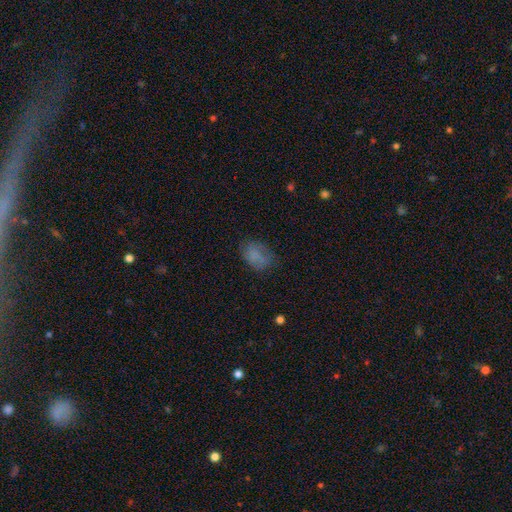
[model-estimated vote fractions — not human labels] Smooth or featured: smooth — 74% (featured or disk — 14%)
How rounded: in between — 74% (round — 25%)
Merging: none — 62% (minor disturbance — 24%)